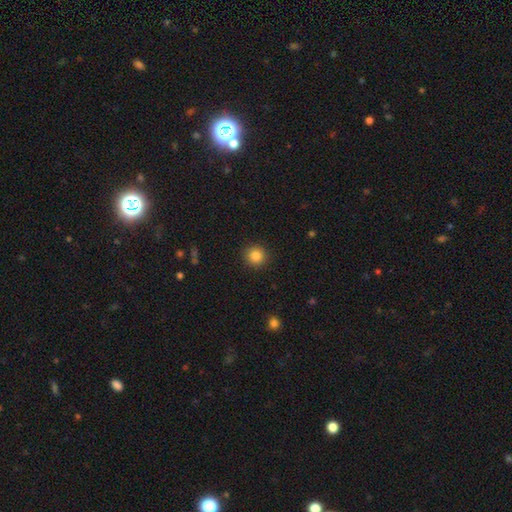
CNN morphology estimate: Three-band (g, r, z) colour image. It shows a smooth galaxy with no disk features (85%) that is round (93%). Merging: none (91%).